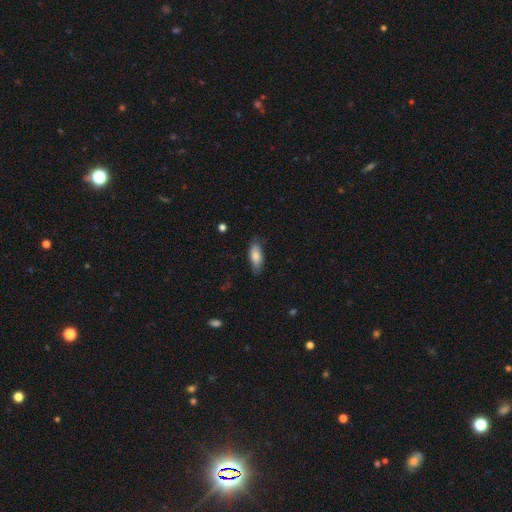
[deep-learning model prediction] Q: Smooth or featured?
A: smooth (80%); runner-up: featured or disk (13%)
Q: How rounded?
A: in between (78%); runner-up: cigar-shaped (19%)
Q: Merging?
A: none (77%); runner-up: minor disturbance (18%)